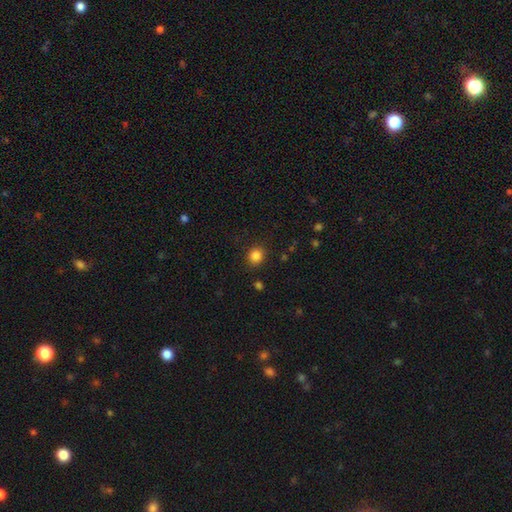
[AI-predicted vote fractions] Smooth or featured? Predicted: smooth (p=0.85). How rounded? Predicted: round (p=0.82). Merging? Predicted: none (p=0.88).